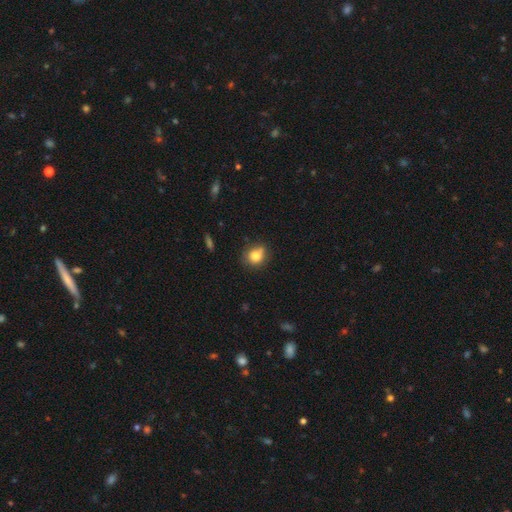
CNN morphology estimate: A smooth galaxy with no disk features (81%) that is round (70%). Merging: none (68%).